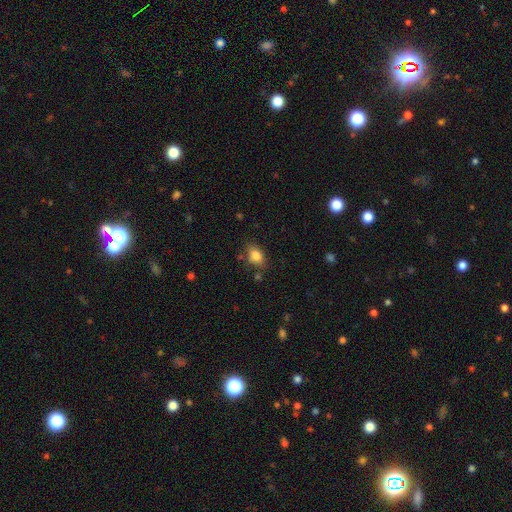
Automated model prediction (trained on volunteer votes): Smooth or featured? Predicted: smooth (p=0.84). How rounded? Predicted: in between (p=0.79). Merging? Predicted: none (p=0.75).